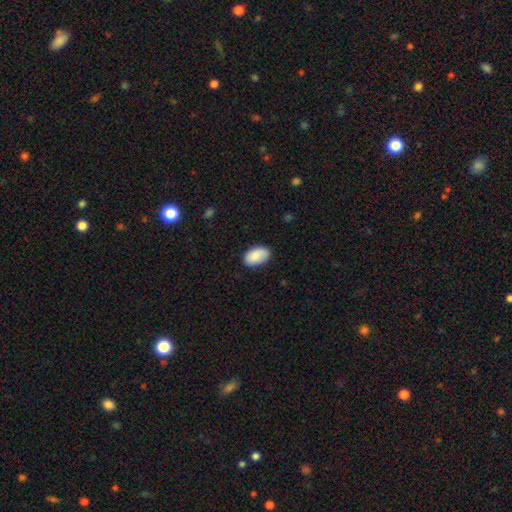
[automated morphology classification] Smooth or featured? Predicted: smooth (p=0.85). How rounded? Predicted: in between (p=0.92). Merging? Predicted: none (p=0.81).